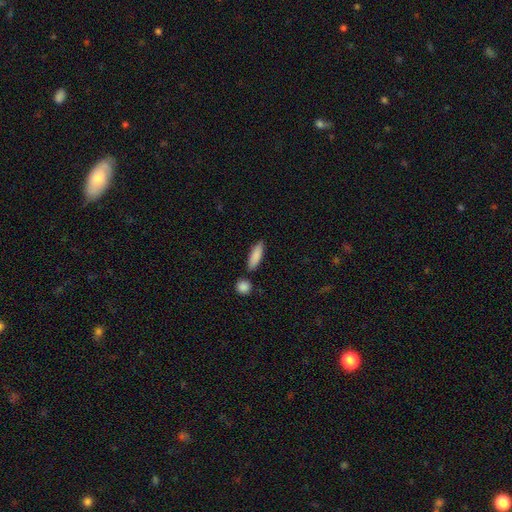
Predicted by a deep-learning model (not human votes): A smooth galaxy with no disk features (86%) that is cigar-shaped (54%).

Vote fractions:
- Smooth or featured? smooth: 86% / featured or disk: 8% / star or artifact: 6%
- How rounded? cigar-shaped: 54% / in between: 44% / round: 2%
- Merging? none: 79% / minor disturbance: 11% / merger: 7% / major disturbance: 3%